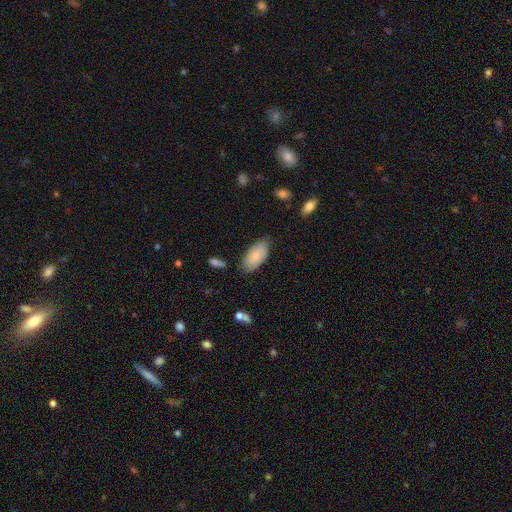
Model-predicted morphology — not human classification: Q: Smooth or featured?
A: smooth (79%); runner-up: featured or disk (15%)
Q: How rounded?
A: in between (93%); runner-up: cigar-shaped (5%)
Q: Merging?
A: none (73%); runner-up: minor disturbance (21%)